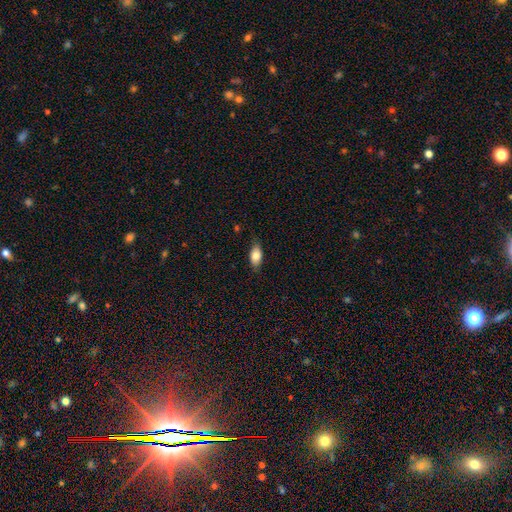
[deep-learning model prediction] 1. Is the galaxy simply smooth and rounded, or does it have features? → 81% smooth, 12% featured or disk, 7% star or artifact.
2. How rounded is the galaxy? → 89% in between, 7% cigar-shaped, 5% round.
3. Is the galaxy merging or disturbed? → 81% none, 15% minor disturbance, 3% major disturbance, 1% merger.